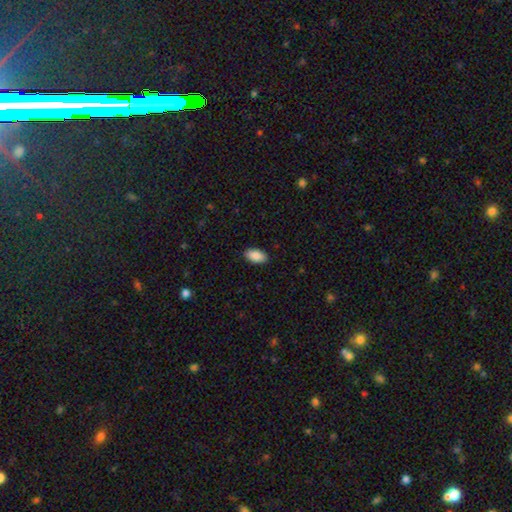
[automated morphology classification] Smooth or featured: smooth — 90% (star or artifact — 6%)
How rounded: in between — 95% (round — 3%)
Merging: none — 89% (minor disturbance — 8%)